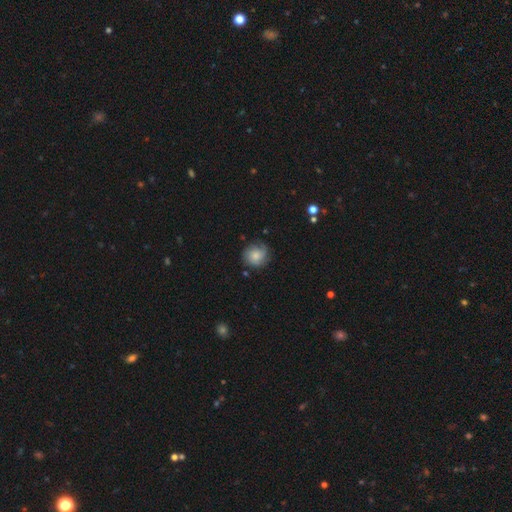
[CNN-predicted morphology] smooth 58%, featured or disk 33%, star or artifact 8%. Down the decision tree: how rounded — round (87%); merging — none (71%).